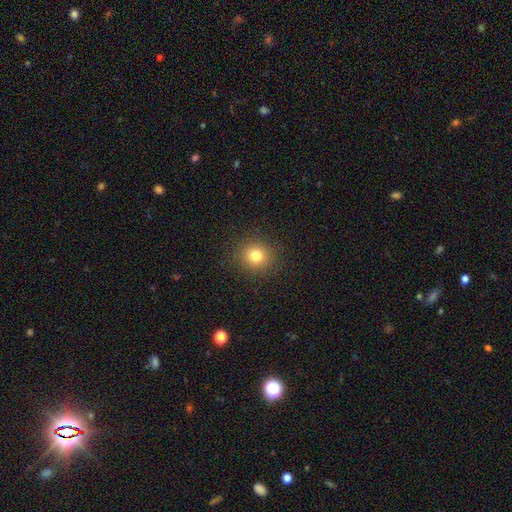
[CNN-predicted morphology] A smooth galaxy with no disk features (79%) that is round (90%). Merging: none (91%).